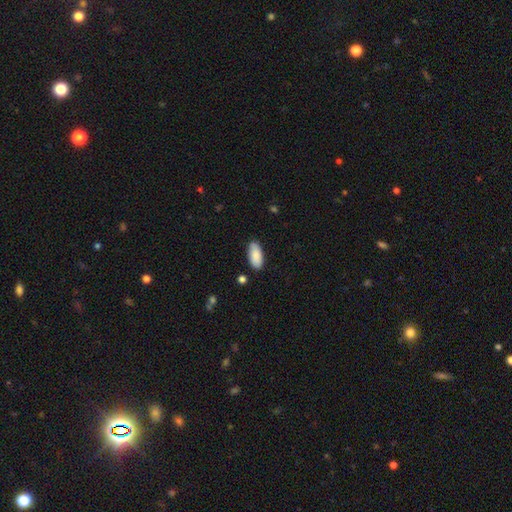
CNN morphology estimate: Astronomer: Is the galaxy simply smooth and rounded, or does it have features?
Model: smooth — 87%.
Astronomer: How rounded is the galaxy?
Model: in between — 91%.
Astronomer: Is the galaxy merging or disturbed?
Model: none — 83%.